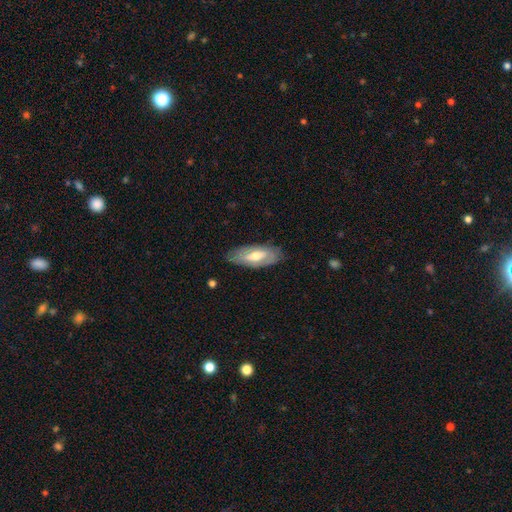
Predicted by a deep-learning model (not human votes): Q: Smooth or featured?
A: featured or disk (49%); runner-up: smooth (45%)
Q: Merging?
A: none (78%); runner-up: minor disturbance (17%)